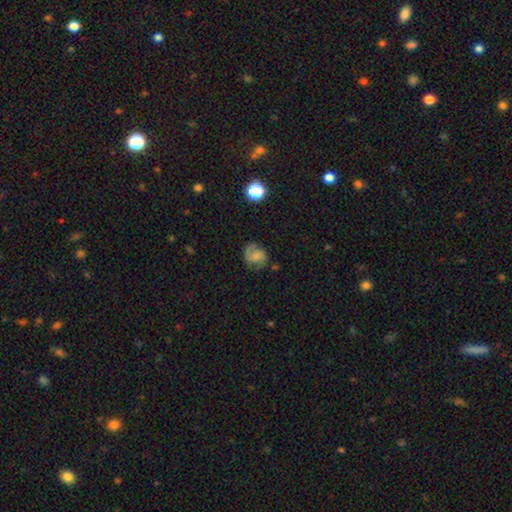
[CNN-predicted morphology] Smooth or featured: featured or disk — 51% (smooth — 38%)
Edge-on disk: no — 98% (yes — 2%)
Merging: none — 67% (minor disturbance — 21%)